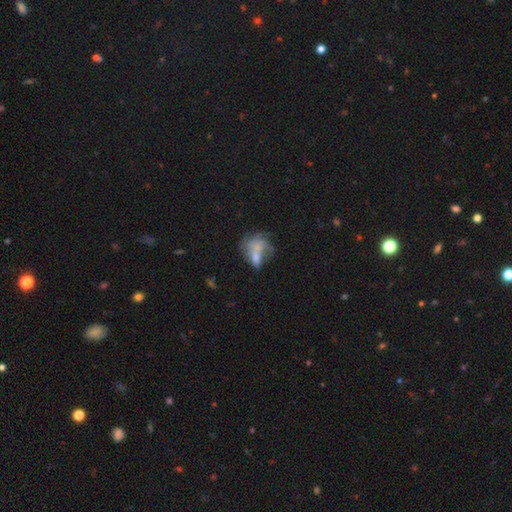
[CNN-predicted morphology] Q: Smooth or featured?
A: featured or disk (42%); runner-up: smooth (41%)
Q: Merging?
A: none (28%); runner-up: merger (27%)